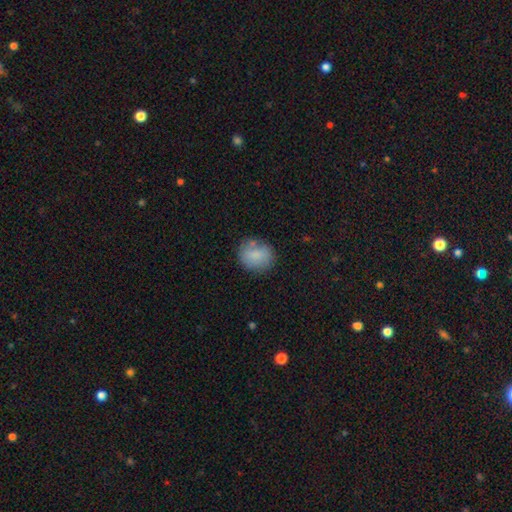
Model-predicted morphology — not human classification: Smooth or featured? Predicted: smooth (p=0.81). How rounded? Predicted: round (p=0.73). Merging? Predicted: none (p=0.71).